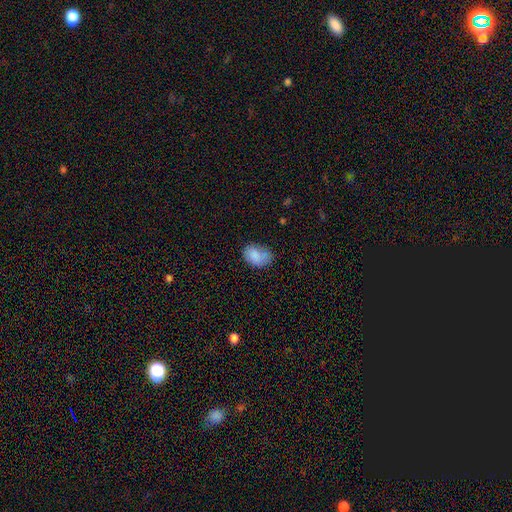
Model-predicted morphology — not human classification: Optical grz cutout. It shows a smooth galaxy with no disk features (80%) that is in between round and cigar-shaped (78%). Merging: none (51%).